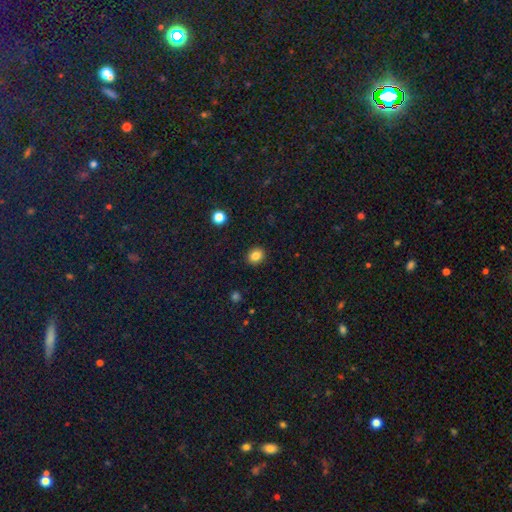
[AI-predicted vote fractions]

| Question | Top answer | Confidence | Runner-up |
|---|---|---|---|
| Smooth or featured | smooth | 84% | star or artifact (11%) |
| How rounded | round | 68% | in between (31%) |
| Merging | none | 91% | minor disturbance (6%) |